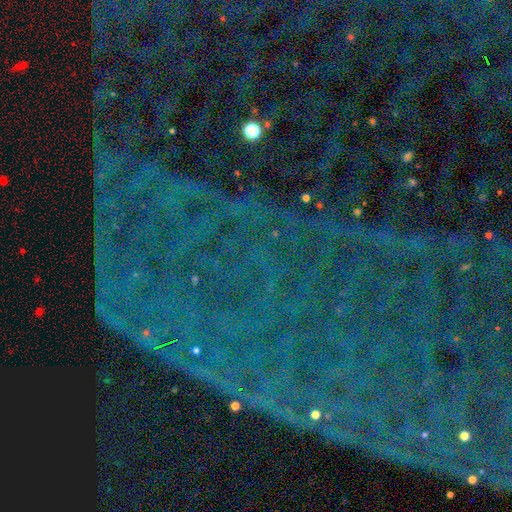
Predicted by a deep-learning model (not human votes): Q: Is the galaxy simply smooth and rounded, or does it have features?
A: star or artifact — 88%.